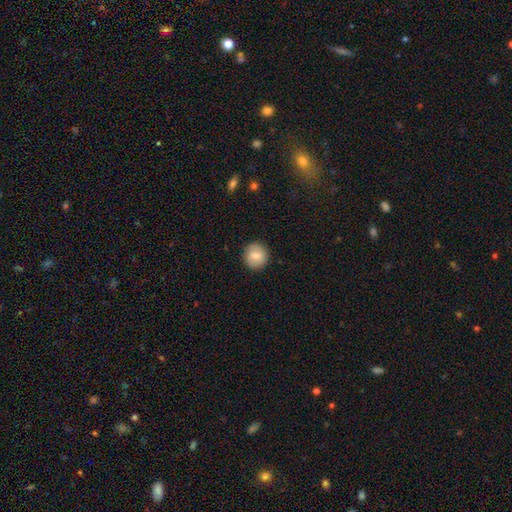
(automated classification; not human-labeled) Morphology: type=smooth (79%); roundness=round (87%); merging=none (89%).